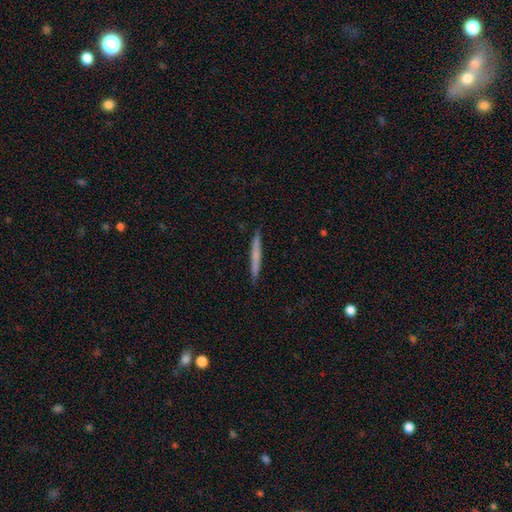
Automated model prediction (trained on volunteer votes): A smooth galaxy with no disk features (61%) that is cigar-shaped (97%). Merging: none (91%).